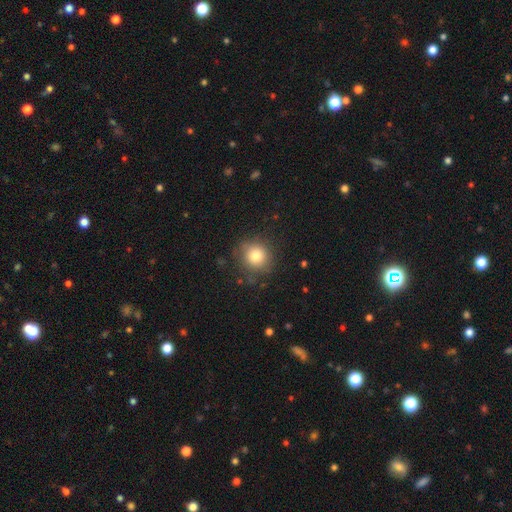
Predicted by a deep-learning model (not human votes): A smooth galaxy with no disk features (80%) that is round (88%). Merging: none (82%).